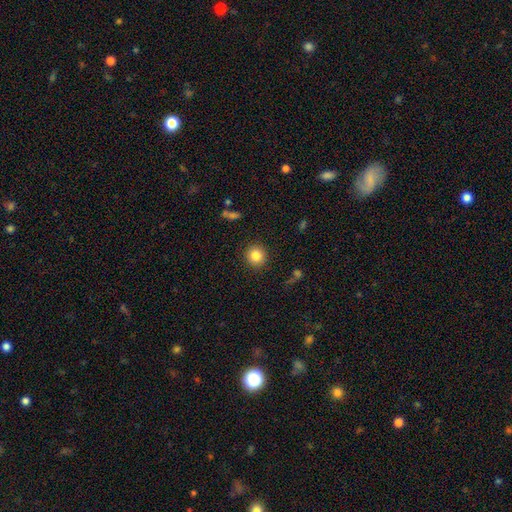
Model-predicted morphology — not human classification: Smooth or featured?
  - smooth: 84% *
  - star or artifact: 10%
  - featured or disk: 6%
How rounded?
  - round: 92% *
  - in between: 7%
  - cigar-shaped: 1%
Merging?
  - none: 90% *
  - minor disturbance: 6%
  - major disturbance: 2%
  - merger: 1%